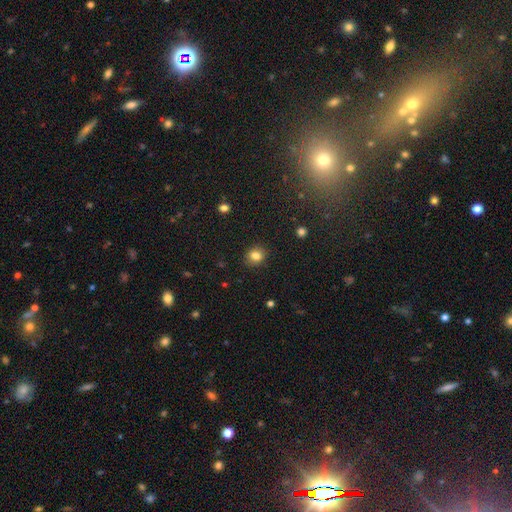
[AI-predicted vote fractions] smooth-or-featured: smooth: 82% | star or artifact: 12% | featured or disk: 6%
  how-rounded: round: 77% | in between: 22% | cigar-shaped: 1%
  merging: none: 89% | minor disturbance: 8% | major disturbance: 2% | merger: 1%